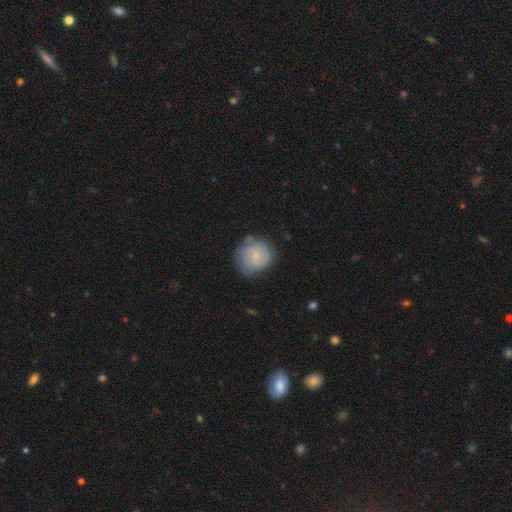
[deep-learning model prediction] smooth_or_featured: smooth (p=0.57) [alt: featured or disk p=0.36]
how_rounded: round (p=0.88) [alt: in between p=0.11]
merging: none (p=0.64) [alt: minor disturbance p=0.25]